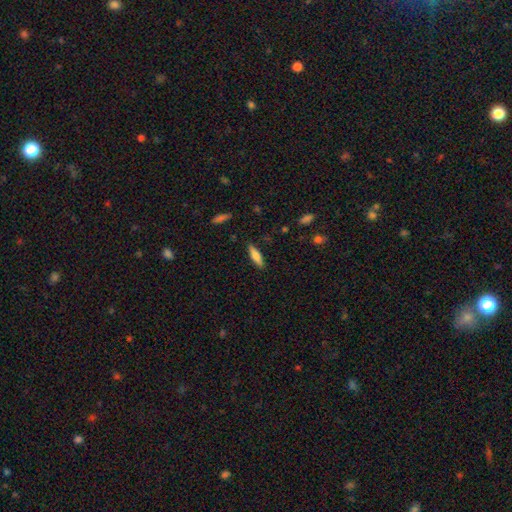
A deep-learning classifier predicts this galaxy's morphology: type=smooth (63%); roundness=cigar-shaped (62%); merging=none (88%).